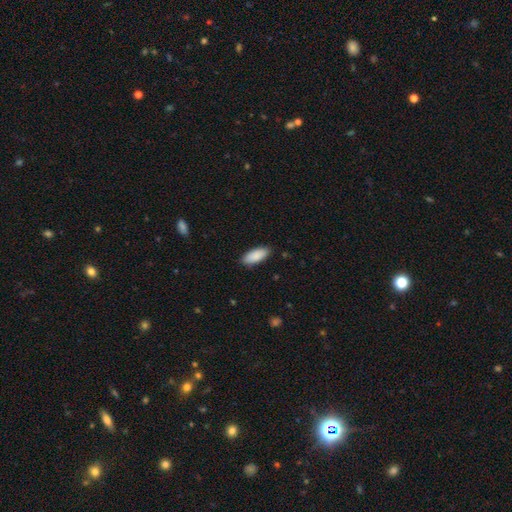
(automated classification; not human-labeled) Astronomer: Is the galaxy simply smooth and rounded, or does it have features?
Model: smooth — 90%.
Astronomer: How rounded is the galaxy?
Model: in between — 84%.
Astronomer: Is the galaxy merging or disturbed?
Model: none — 88%.